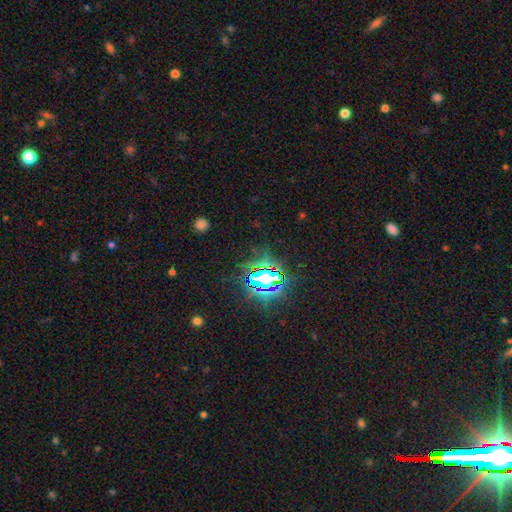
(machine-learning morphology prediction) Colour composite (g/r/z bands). It shows a star or artifact, not a galaxy (82%).